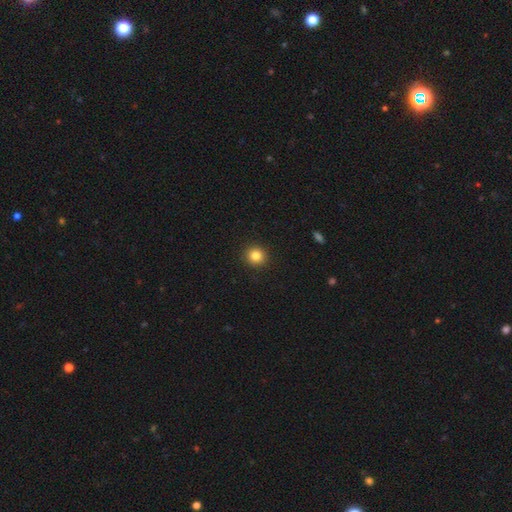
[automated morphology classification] smooth 83%, star or artifact 11%, featured or disk 6%. Down the decision tree: how rounded — round (93%); merging — none (93%).